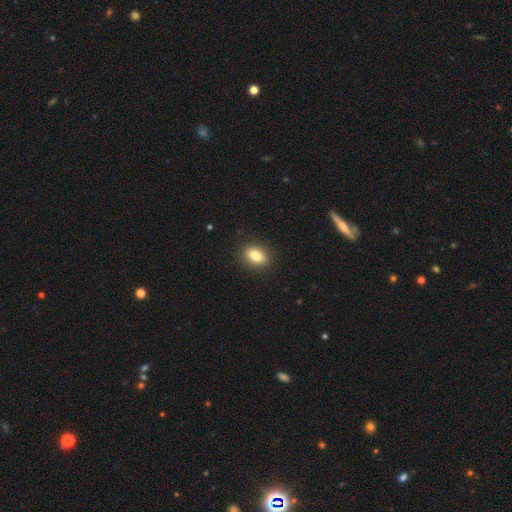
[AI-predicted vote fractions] This is clearly a smooth galaxy (82%). How rounded: likely in between (76%). Merging: clearly none (89%).